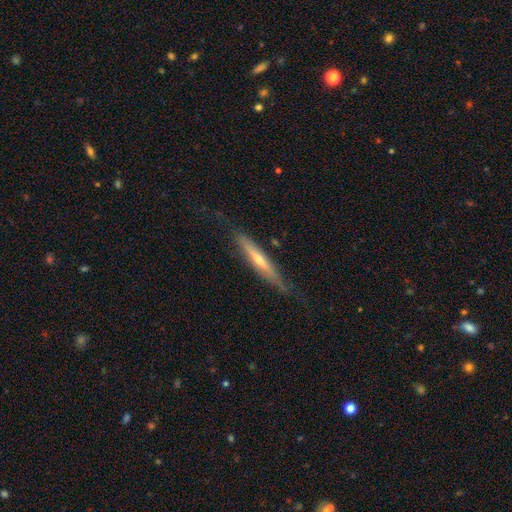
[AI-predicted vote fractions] Smooth or featured: featured or disk — 67% (smooth — 27%)
Edge-on disk: yes — 90% (no — 10%)
Edge-on bulge: rounded — 65% (none — 30%)
Merging: none — 73% (minor disturbance — 20%)